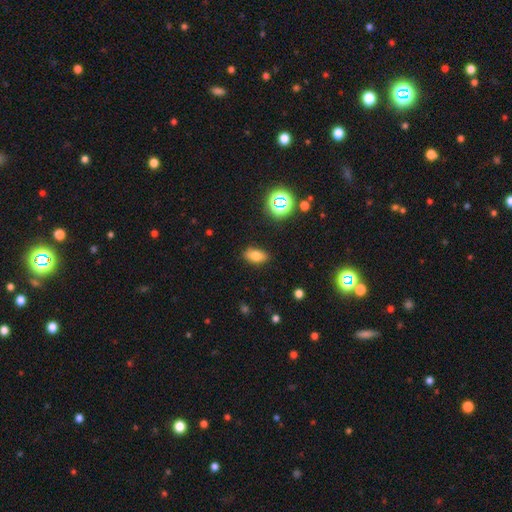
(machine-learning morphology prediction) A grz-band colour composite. It shows a smooth galaxy with no disk features (74%) that is in between round and cigar-shaped (88%). Merging: none (86%).